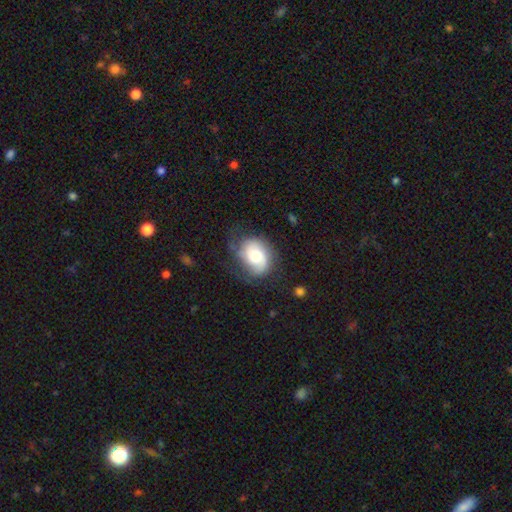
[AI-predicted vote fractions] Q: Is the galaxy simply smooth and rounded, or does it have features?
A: featured or disk — 50%.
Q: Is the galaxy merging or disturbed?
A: none — 55%.